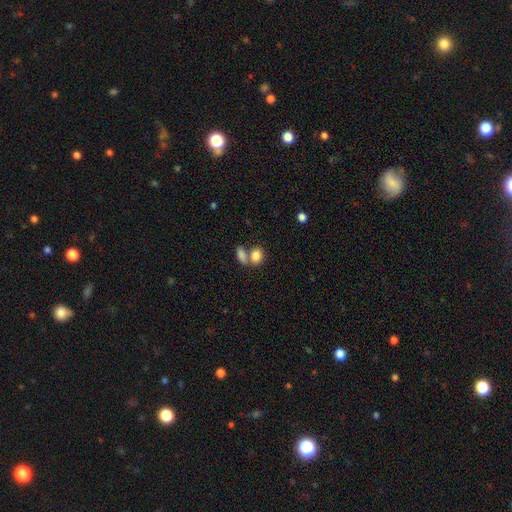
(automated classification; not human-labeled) The model was most divided on "merging": merger: 48%, none: 39%, minor disturbance: 9%, major disturbance: 4%. More confident: smooth or featured — smooth (84%); how rounded — in between (71%).